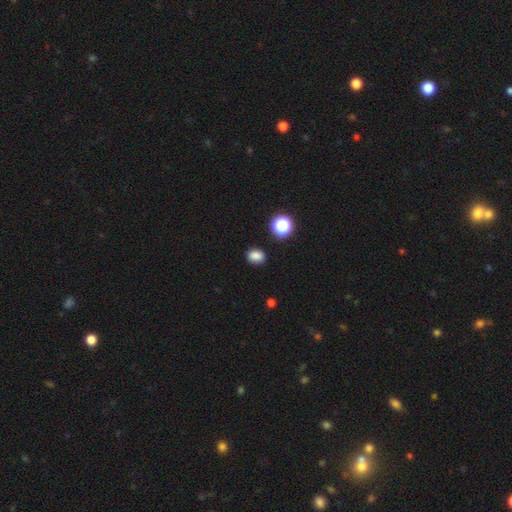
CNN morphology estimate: type=smooth (83%); roundness=in between (58%); merging=none (86%).